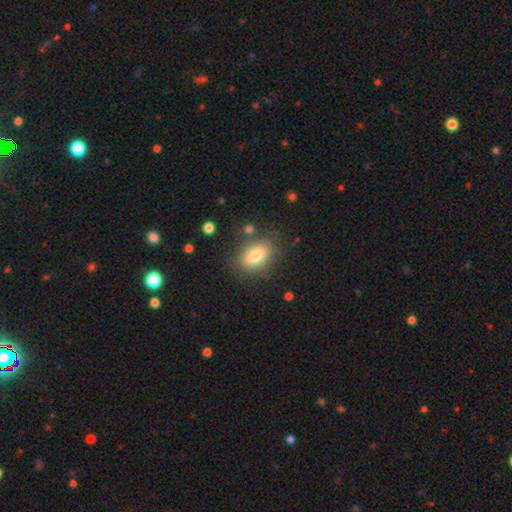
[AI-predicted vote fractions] The model was most divided on "smooth or featured": smooth: 75%, featured or disk: 16%, star or artifact: 9%. More confident: how rounded — in between (81%); merging — none (77%).